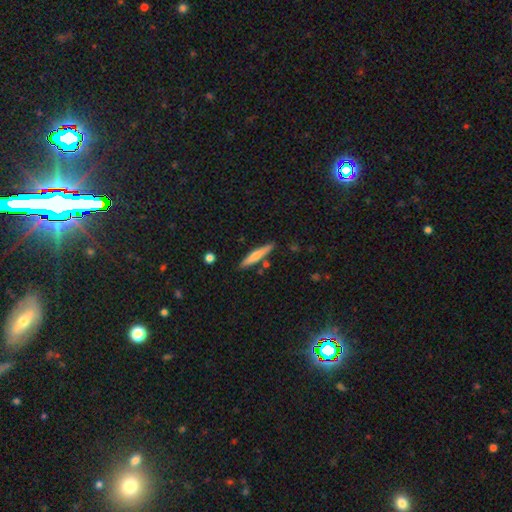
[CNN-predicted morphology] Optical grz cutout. It shows a smooth galaxy with no disk features (62%) that is cigar-shaped (92%). Merging: none (84%).